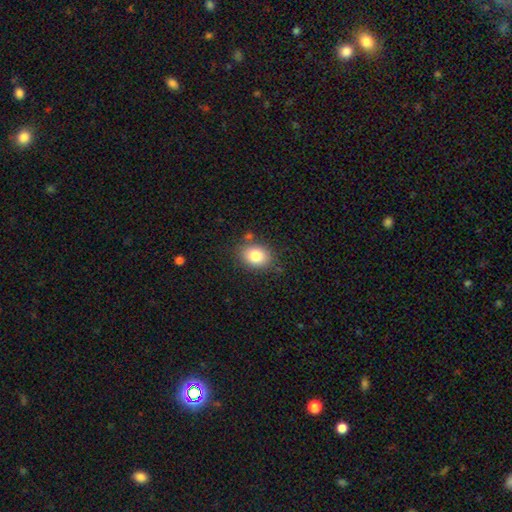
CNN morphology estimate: type=smooth (82%); roundness=in between (57%); merging=none (80%).